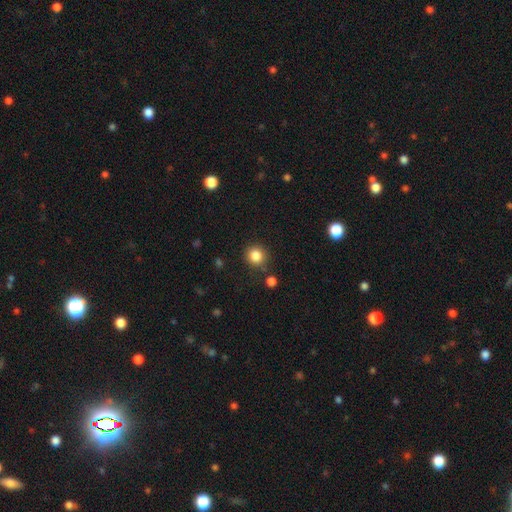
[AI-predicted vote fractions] The model was most divided on "smooth or featured": smooth: 84%, star or artifact: 11%, featured or disk: 5%. More confident: how rounded — round (90%); merging — none (85%).